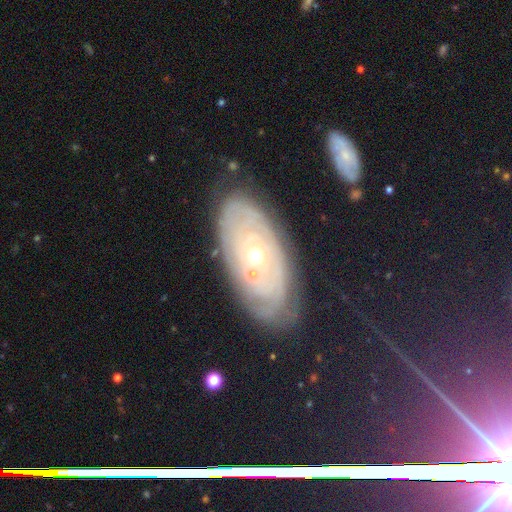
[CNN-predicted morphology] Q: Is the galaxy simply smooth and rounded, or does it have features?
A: featured or disk — 77%.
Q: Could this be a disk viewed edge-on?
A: no — 92%.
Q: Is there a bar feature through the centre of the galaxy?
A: no — 86%.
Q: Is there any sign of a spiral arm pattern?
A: yes — 76%.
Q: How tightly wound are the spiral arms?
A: tight — 82%.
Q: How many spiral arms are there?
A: can't tell — 55%.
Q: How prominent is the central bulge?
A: moderate — 50%.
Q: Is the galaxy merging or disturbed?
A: none — 68%.